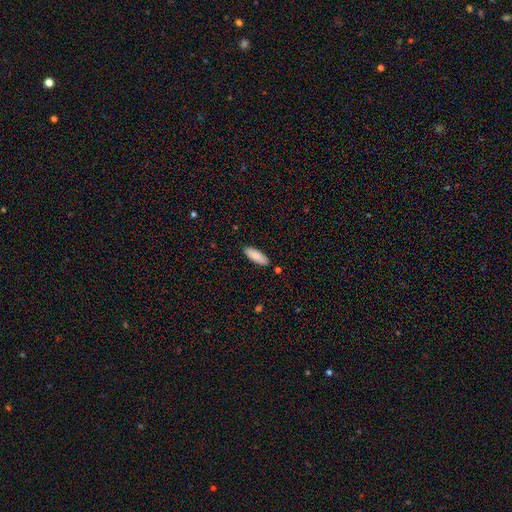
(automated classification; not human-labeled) Smooth or featured? Predicted: smooth (p=0.87). How rounded? Predicted: in between (p=0.68). Merging? Predicted: none (p=0.87).